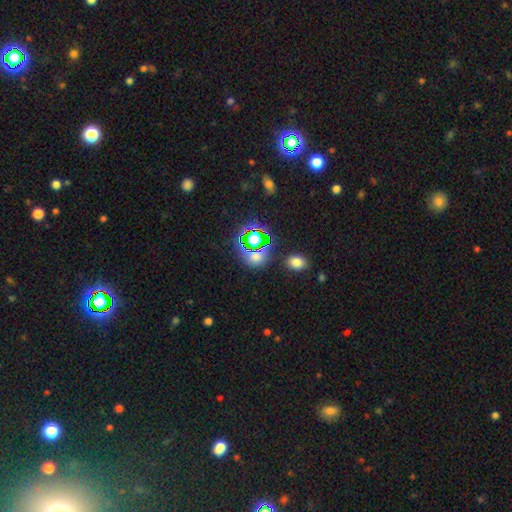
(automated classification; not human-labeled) Smooth or featured? Predicted: star or artifact (p=0.50).